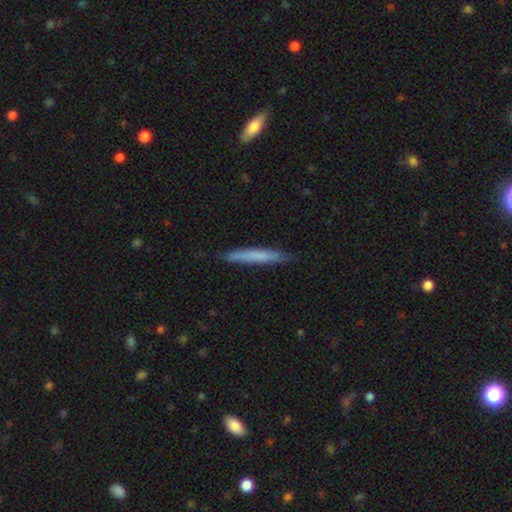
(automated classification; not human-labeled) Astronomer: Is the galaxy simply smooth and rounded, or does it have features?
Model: smooth — 69%.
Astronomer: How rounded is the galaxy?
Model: cigar-shaped — 96%.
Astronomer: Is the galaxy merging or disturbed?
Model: none — 84%.